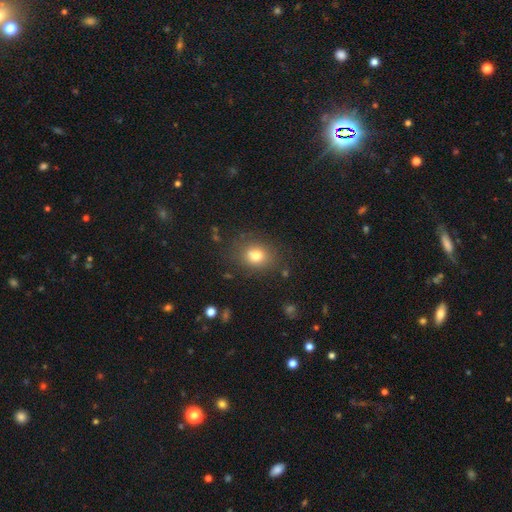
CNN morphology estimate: The model was most divided on "how rounded": round: 61%, in between: 38%, cigar-shaped: 1%. More confident: merging — none (80%); smooth or featured — smooth (77%).